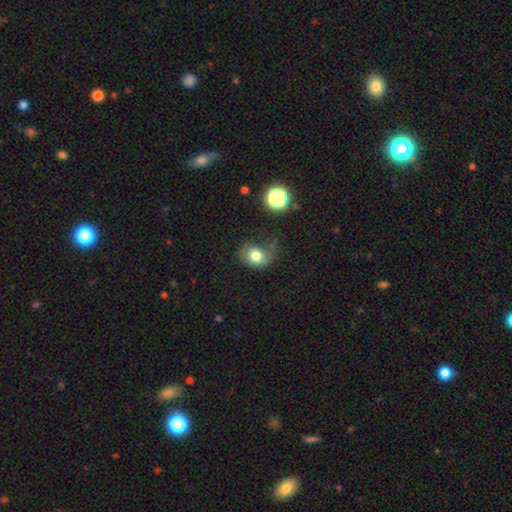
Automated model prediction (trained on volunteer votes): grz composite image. It shows a smooth galaxy with no disk features (73%) that is in between round and cigar-shaped (50%). Merging: major disturbance (34%).